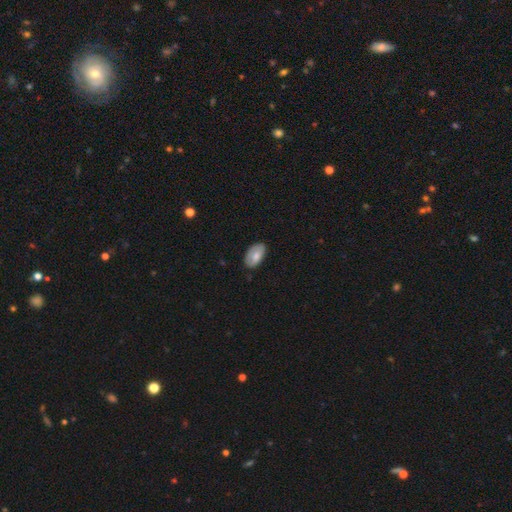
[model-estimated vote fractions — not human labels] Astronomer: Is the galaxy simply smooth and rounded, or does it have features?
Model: smooth — 72%.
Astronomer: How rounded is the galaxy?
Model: in between — 94%.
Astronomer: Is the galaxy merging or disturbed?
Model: none — 77%.